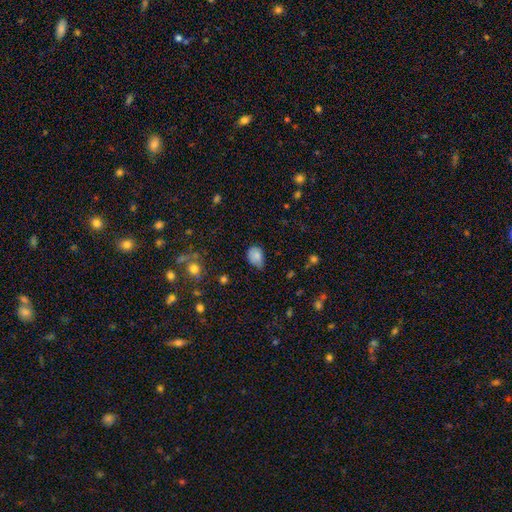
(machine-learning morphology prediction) Q: Smooth or featured?
A: smooth (82%); runner-up: star or artifact (10%)
Q: How rounded?
A: in between (77%); runner-up: round (22%)
Q: Merging?
A: none (50%); runner-up: minor disturbance (40%)